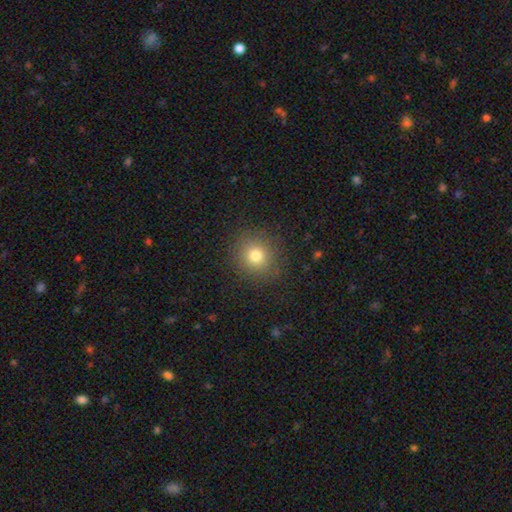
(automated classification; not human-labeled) A smooth galaxy with no disk features (76%) that is round (91%). Merging: none (88%).